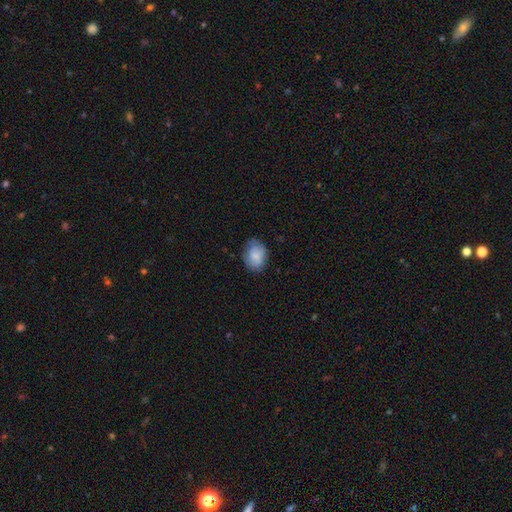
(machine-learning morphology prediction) The model was most divided on "how rounded": in between: 65%, round: 34%, cigar-shaped: 1%. More confident: smooth or featured — smooth (79%); merging — none (71%).